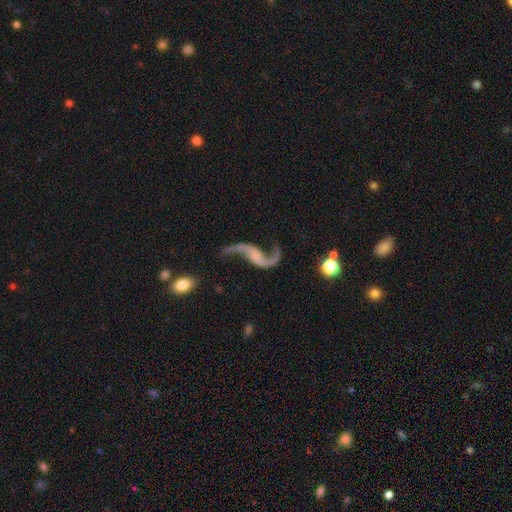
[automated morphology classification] Overall: featured or disk (90%). Edge-on disk: no (97%). Bar: no (56%; weak 31%). Spiral arms: yes (97%). Spiral arm count: 2 (93%). Spiral winding: loose (93%). Bulge size: none (60%; small 23%). Merging: none (67%).